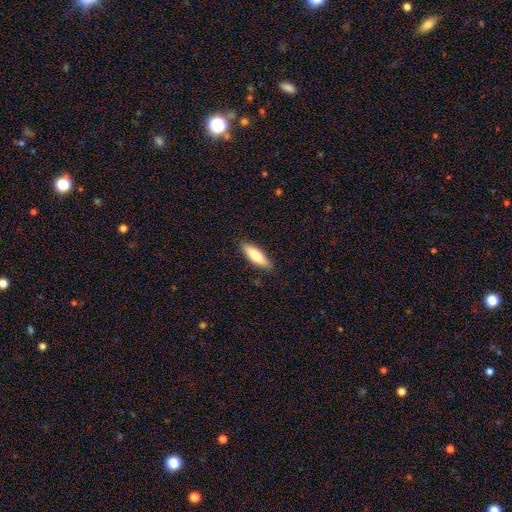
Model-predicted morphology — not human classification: A smooth galaxy with no disk features (72%) that is cigar-shaped (52%). Merging: none (87%).